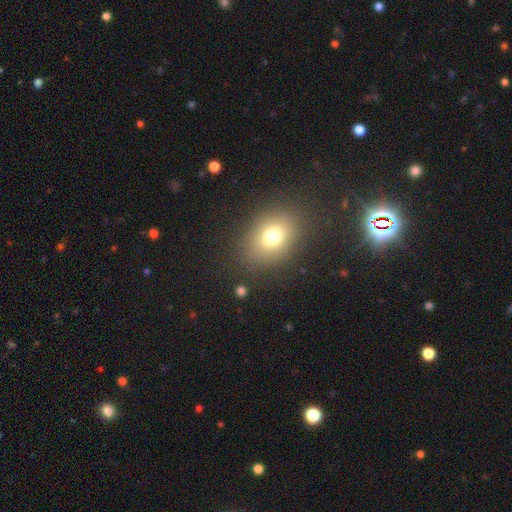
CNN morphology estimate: This is likely a smooth galaxy (63%). How rounded: possibly in between (57%). Merging: clearly none (87%).